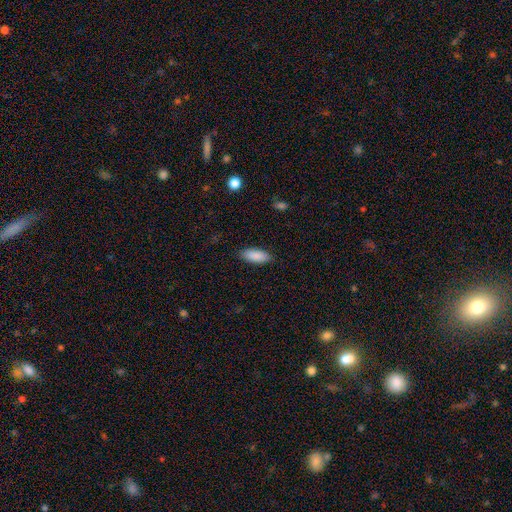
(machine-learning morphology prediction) Smooth or featured? smooth (90%)
How rounded? in between (83%)
Merging? none (88%)